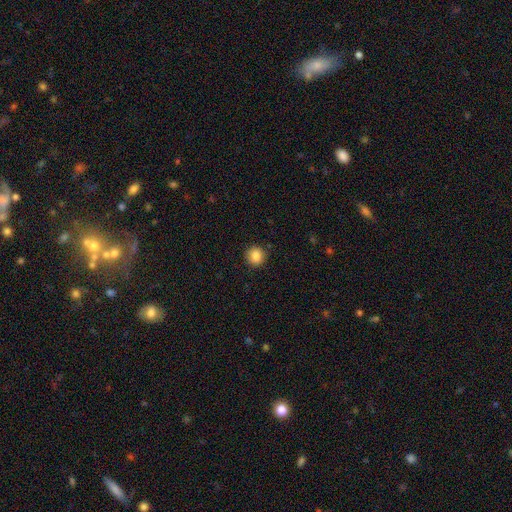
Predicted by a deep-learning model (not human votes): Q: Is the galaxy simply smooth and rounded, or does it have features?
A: smooth — 86%.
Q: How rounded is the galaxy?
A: round — 89%.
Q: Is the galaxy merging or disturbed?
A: none — 89%.